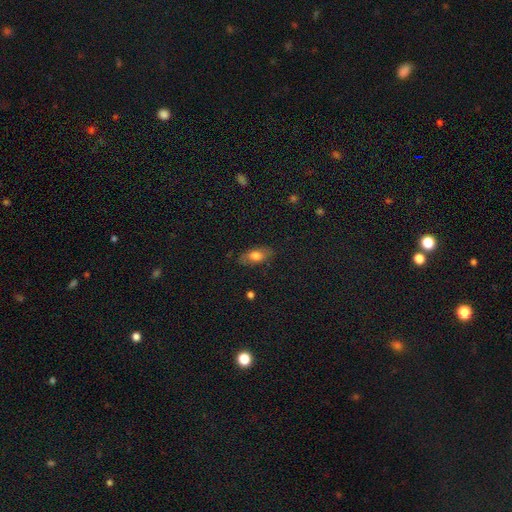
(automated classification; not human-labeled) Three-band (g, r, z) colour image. It shows a smooth galaxy with no disk features (71%) that is in between round and cigar-shaped (87%). Merging: none (82%).